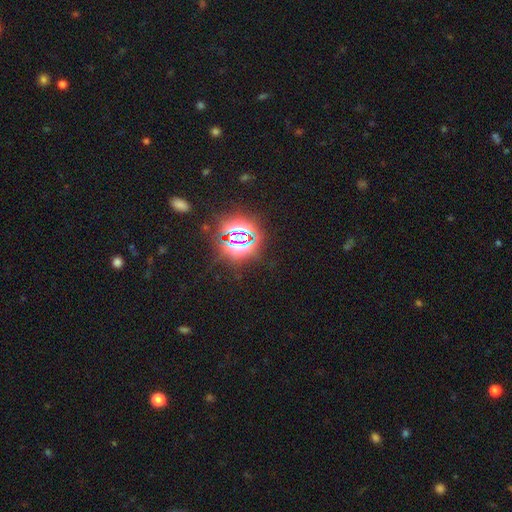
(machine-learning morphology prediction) A star or artifact, not a galaxy (82%).